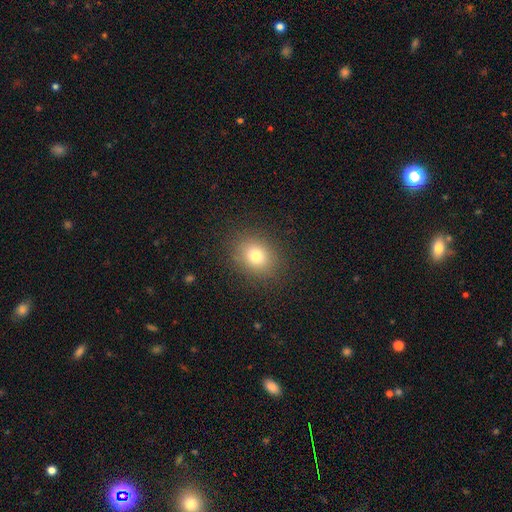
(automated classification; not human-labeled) smooth 76%, star or artifact 14%, featured or disk 10%. Down the decision tree: how rounded — round (56%); merging — none (86%).